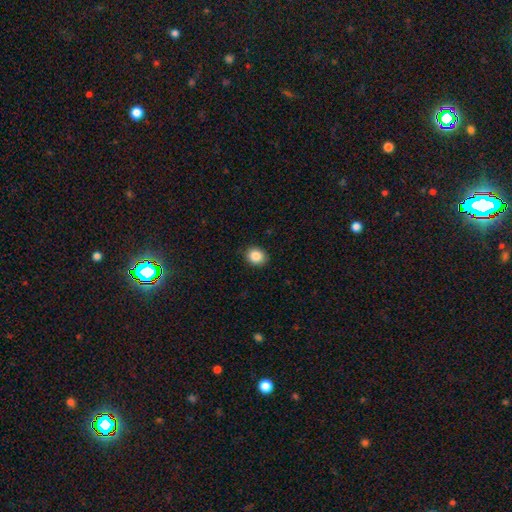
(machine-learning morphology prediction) Overall: smooth (86%). How rounded: round (64%; in between 35%). Merging: none (90%).